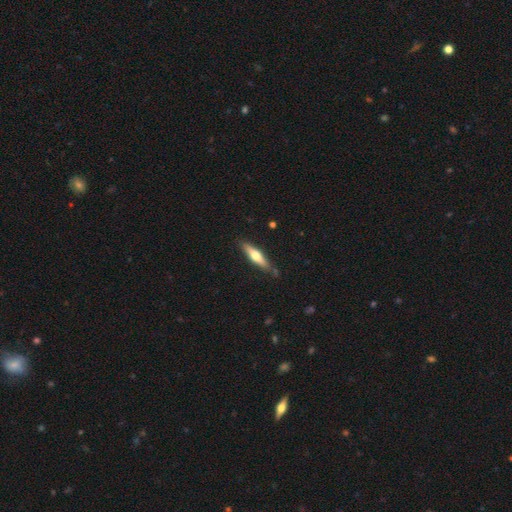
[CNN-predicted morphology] smooth 50%, featured or disk 45%, star or artifact 5%. Down the decision tree: merging — none (83%).